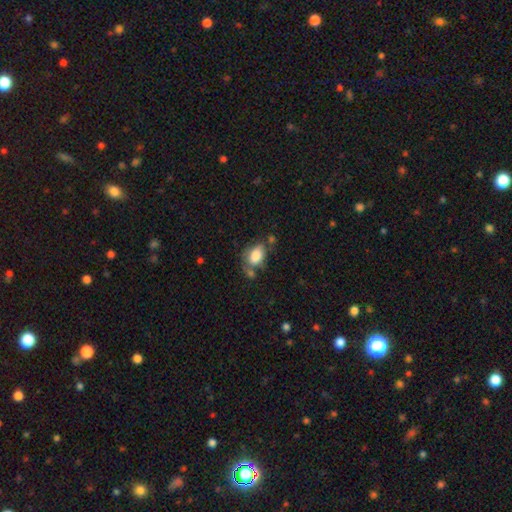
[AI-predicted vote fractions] Morphology: type=smooth (80%); roundness=in between (83%); merging=none (44%).